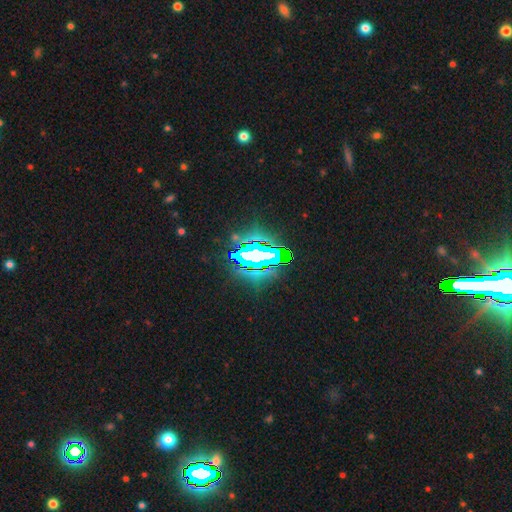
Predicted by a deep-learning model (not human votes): Smooth or featured? star or artifact (72%)